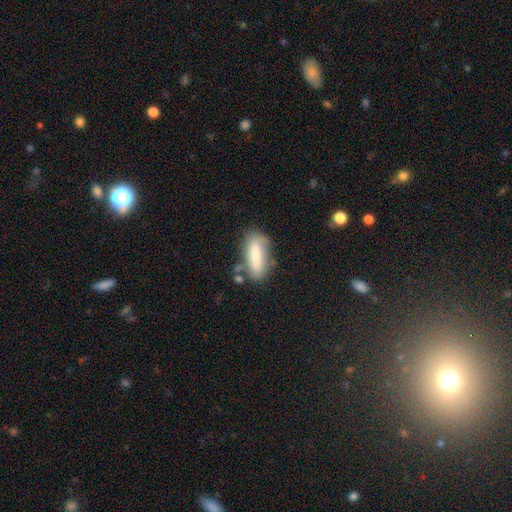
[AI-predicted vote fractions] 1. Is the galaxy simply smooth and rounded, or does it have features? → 77% smooth, 16% featured or disk, 7% star or artifact.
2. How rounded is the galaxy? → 59% in between, 39% cigar-shaped, 2% round.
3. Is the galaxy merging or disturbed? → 65% none, 20% minor disturbance, 8% merger, 6% major disturbance.